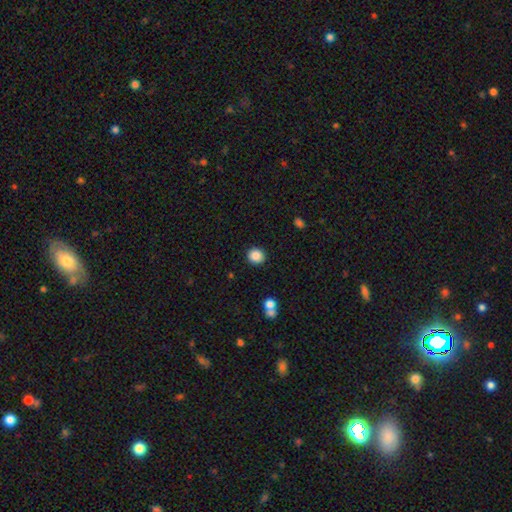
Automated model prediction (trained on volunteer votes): This is clearly a smooth galaxy (87%). How rounded: clearly round (88%). Merging: clearly none (89%).